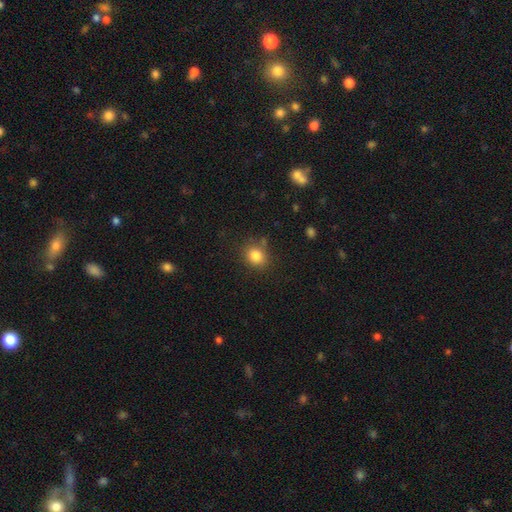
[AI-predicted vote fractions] Q: Smooth or featured?
A: smooth (83%); runner-up: star or artifact (11%)
Q: How rounded?
A: round (60%); runner-up: in between (39%)
Q: Merging?
A: none (77%); runner-up: minor disturbance (14%)